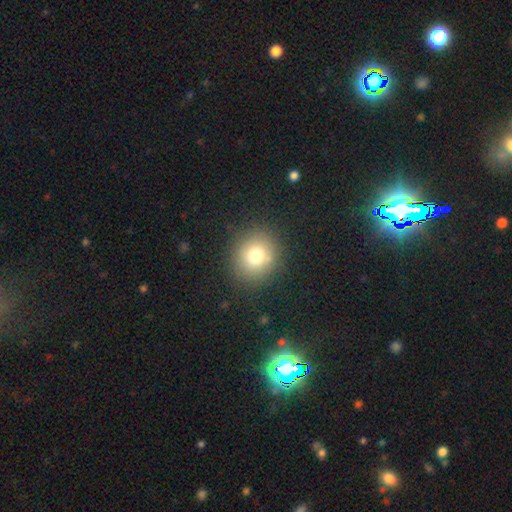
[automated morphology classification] This appears to be a smooth galaxy with no disk features (75%) that is round (82%). Merging: none (85%).